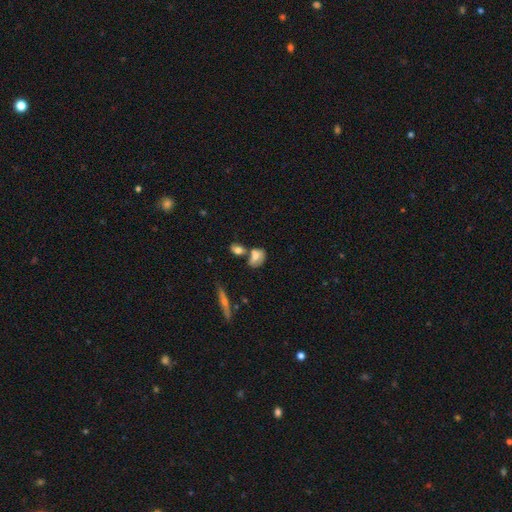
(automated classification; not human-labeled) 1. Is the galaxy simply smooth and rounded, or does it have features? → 61% smooth, 29% featured or disk, 10% star or artifact.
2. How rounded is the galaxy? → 75% in between, 22% round, 4% cigar-shaped.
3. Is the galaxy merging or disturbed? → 40% merger, 36% none, 16% minor disturbance, 8% major disturbance.